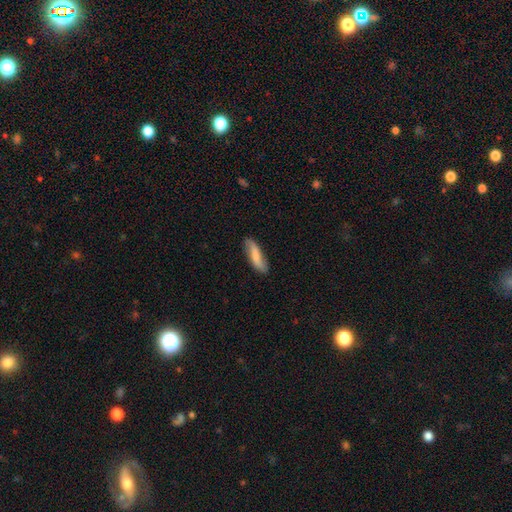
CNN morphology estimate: Smooth or featured?
  - smooth: 63% *
  - featured or disk: 31%
  - star or artifact: 6%
How rounded?
  - cigar-shaped: 57% *
  - in between: 41%
  - round: 2%
Merging?
  - none: 79% *
  - minor disturbance: 16%
  - major disturbance: 3%
  - merger: 2%